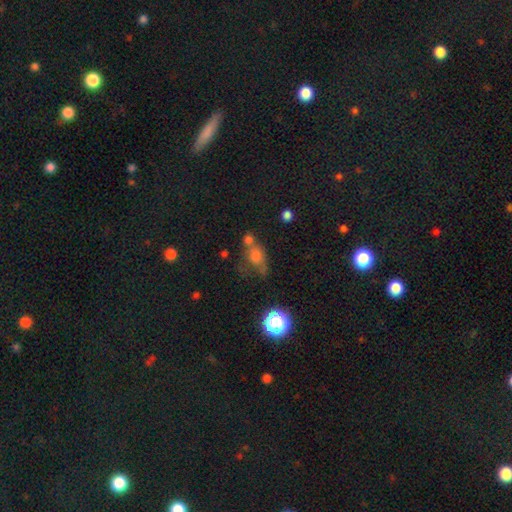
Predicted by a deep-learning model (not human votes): This appears to be a smooth galaxy with no disk features (64%) that is in between round and cigar-shaped (54%). Merging: none (37%).